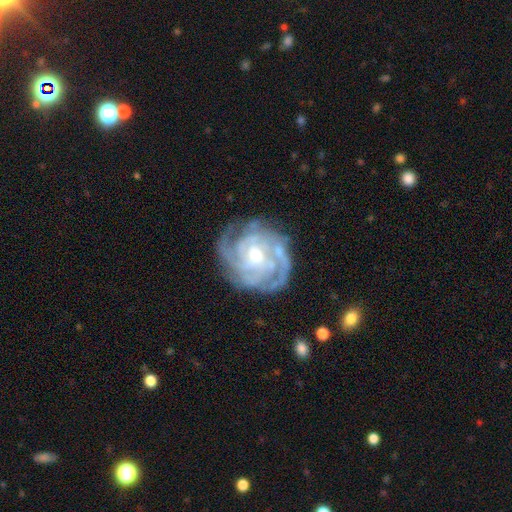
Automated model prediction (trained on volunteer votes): Smooth or featured? Predicted: featured or disk (p=0.90). Edge-on disk? Predicted: no (p=0.98). Bar? Predicted: no (p=0.61). Spiral arms? Predicted: yes (p=0.97). Spiral winding? Predicted: tight (p=0.71). Spiral arm count? Predicted: 3 (p=0.30). Bulge size? Predicted: moderate (p=0.56). Merging? Predicted: none (p=0.73).